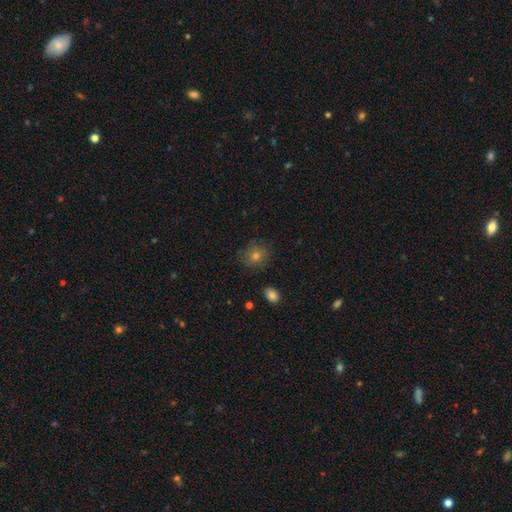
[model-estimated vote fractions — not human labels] Morphology: type=smooth (66%); roundness=round (78%); merging=none (82%).